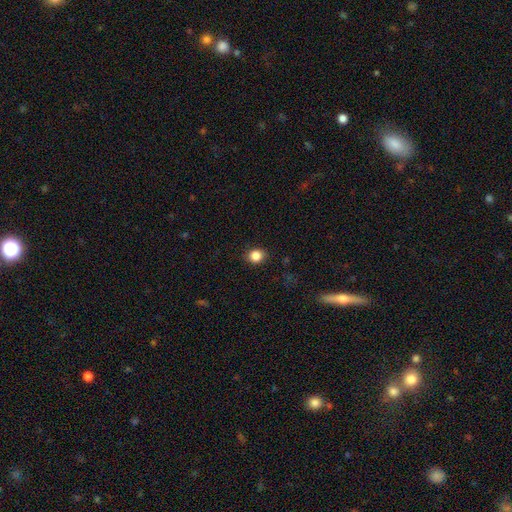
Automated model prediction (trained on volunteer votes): Smooth or featured: smooth — 85% (star or artifact — 10%)
How rounded: round — 72% (in between — 27%)
Merging: none — 89% (minor disturbance — 8%)